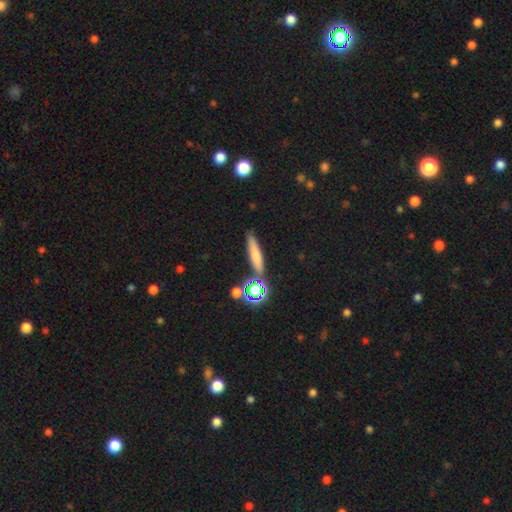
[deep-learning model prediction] smooth 68%, featured or disk 18%, star or artifact 14%. Down the decision tree: how rounded — cigar-shaped (80%); merging — none (80%).